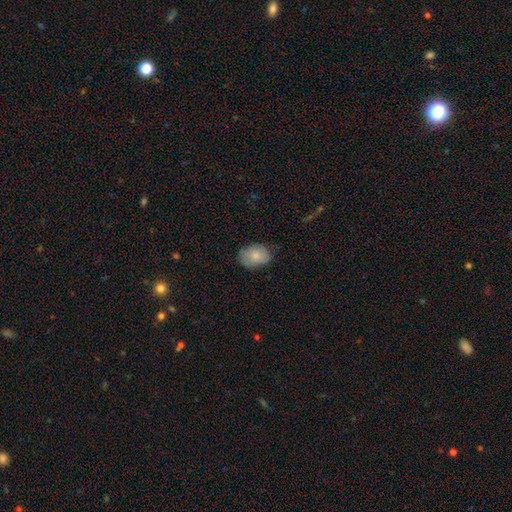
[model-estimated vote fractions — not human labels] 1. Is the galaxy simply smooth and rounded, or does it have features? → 81% smooth, 12% featured or disk, 7% star or artifact.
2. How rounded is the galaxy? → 74% in between, 25% round, 1% cigar-shaped.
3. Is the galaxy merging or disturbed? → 75% none, 20% minor disturbance, 4% major disturbance, 1% merger.